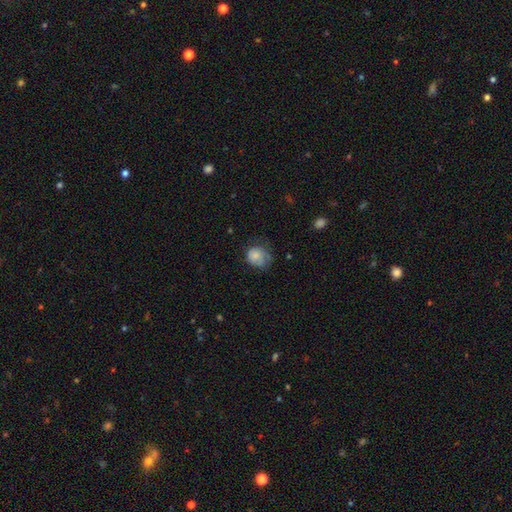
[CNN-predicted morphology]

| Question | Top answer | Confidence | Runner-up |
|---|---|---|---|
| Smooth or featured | smooth | 74% | featured or disk (18%) |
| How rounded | round | 65% | in between (34%) |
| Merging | none | 45% | minor disturbance (34%) |